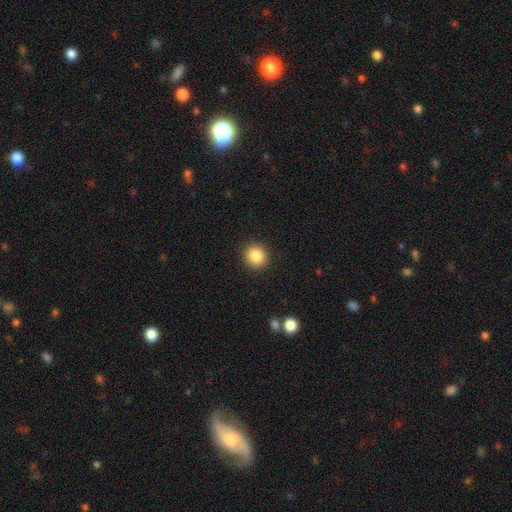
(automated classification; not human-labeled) This is clearly a smooth galaxy (85%). How rounded: clearly round (88%). Merging: clearly none (91%).